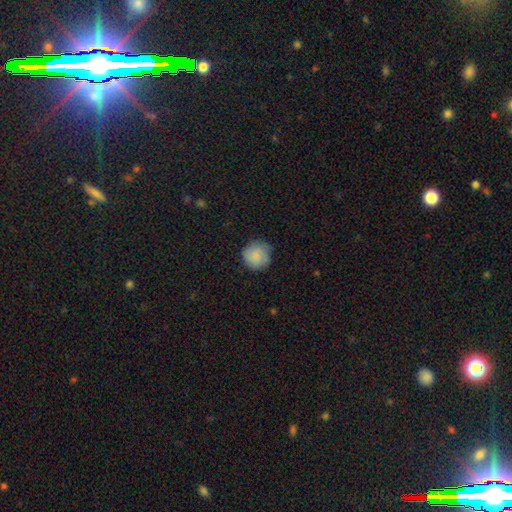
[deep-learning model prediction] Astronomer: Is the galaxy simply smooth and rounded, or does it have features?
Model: smooth — 84%.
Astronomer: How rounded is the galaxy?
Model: round — 93%.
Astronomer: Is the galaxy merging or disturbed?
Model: none — 82%.